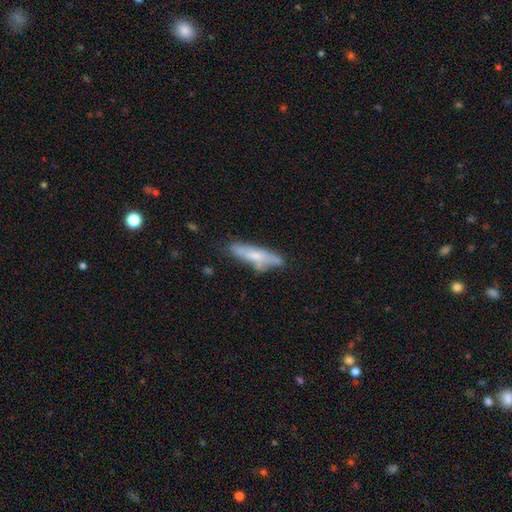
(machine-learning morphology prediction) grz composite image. It shows a smooth galaxy with no disk features (54%) that is cigar-shaped (71%). Merging: none (61%).